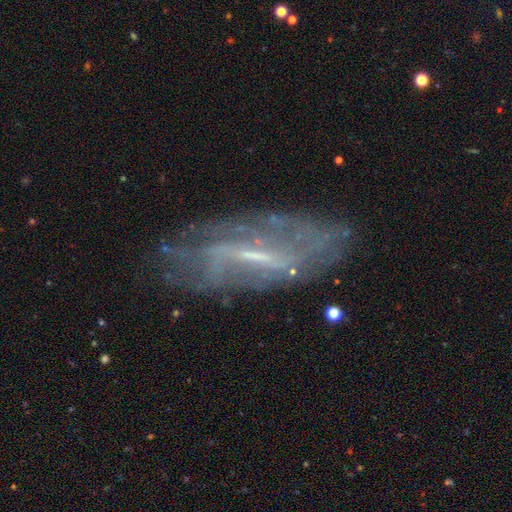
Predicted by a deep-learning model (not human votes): This is likely a featured or disk galaxy (77%). It is clearly not viewed edge-on (83%). Bar: possibly weak (45%). Spiral arm pattern: likely yes (73%). Central bulge: possibly small (56%). Merging: likely none (66%).